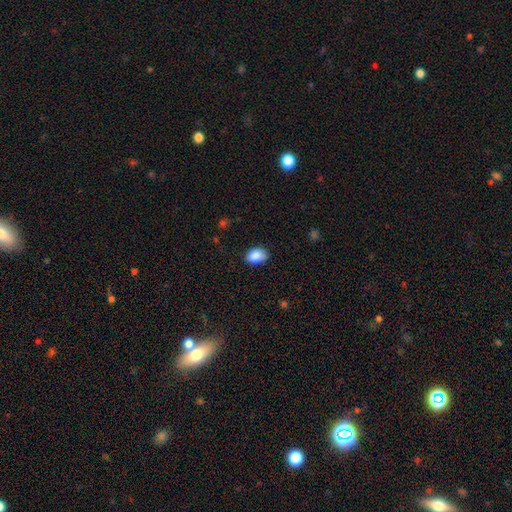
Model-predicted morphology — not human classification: smooth_or_featured: smooth (p=0.89) [alt: star or artifact p=0.07]
how_rounded: in between (p=0.86) [alt: round p=0.12]
merging: none (p=0.80) [alt: minor disturbance p=0.16]